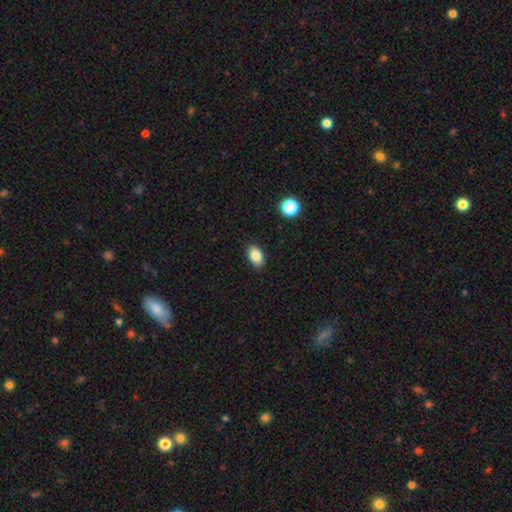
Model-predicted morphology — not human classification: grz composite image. It shows a smooth galaxy with no disk features (85%) that is in between round and cigar-shaped (88%). Merging: none (87%).